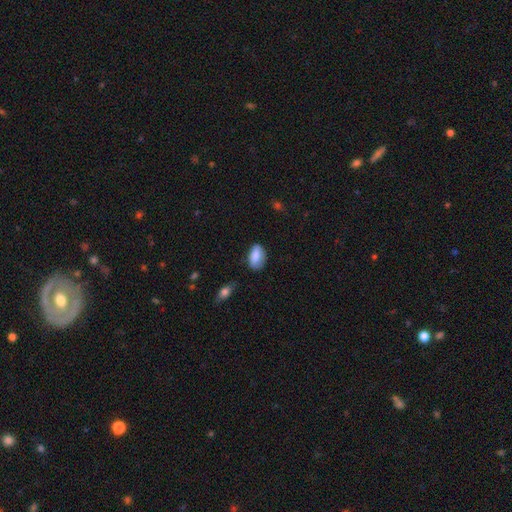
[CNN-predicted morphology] A smooth galaxy with no disk features (83%) that is in between round and cigar-shaped (91%).

Vote fractions:
- Smooth or featured? smooth: 83% / featured or disk: 10% / star or artifact: 7%
- How rounded? in between: 91% / round: 6% / cigar-shaped: 3%
- Merging? none: 66% / minor disturbance: 26% / major disturbance: 6% / merger: 2%